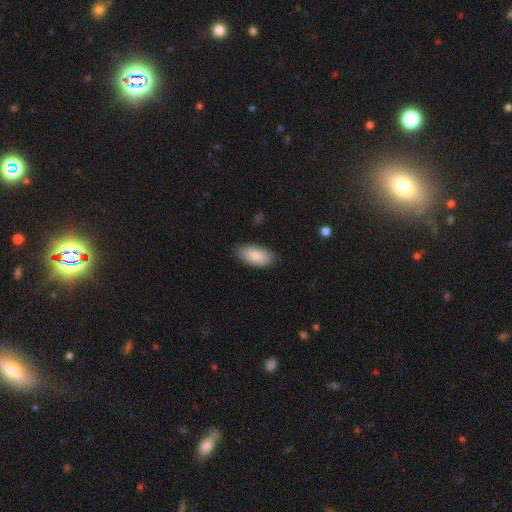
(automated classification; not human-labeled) A smooth galaxy with no disk features (87%) that is in between round and cigar-shaped (92%). Merging: none (85%).